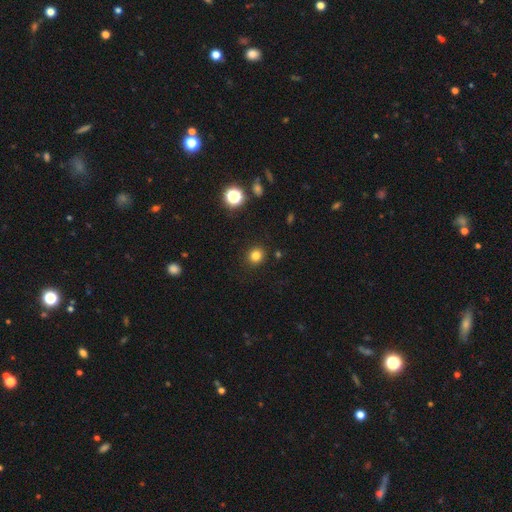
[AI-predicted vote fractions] The model was most divided on "smooth or featured": smooth: 81%, star or artifact: 14%, featured or disk: 5%. More confident: merging — none (91%); how rounded — round (88%).